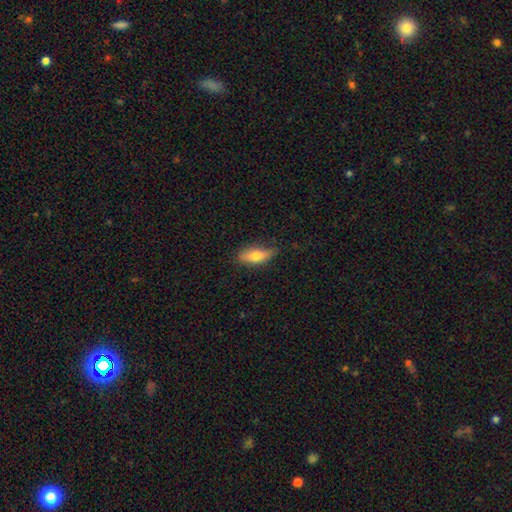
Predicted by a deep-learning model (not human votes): The model was most divided on "how rounded": in between: 69%, cigar-shaped: 28%, round: 3%. More confident: merging — none (73%); smooth or featured — smooth (70%).